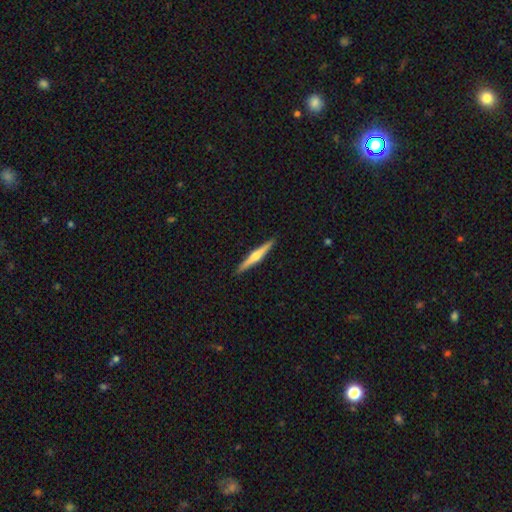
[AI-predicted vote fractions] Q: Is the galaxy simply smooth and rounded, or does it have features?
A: featured or disk — 64%.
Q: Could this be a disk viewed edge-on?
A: yes — 98%.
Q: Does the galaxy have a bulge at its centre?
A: rounded — 85%.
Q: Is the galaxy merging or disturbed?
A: none — 92%.